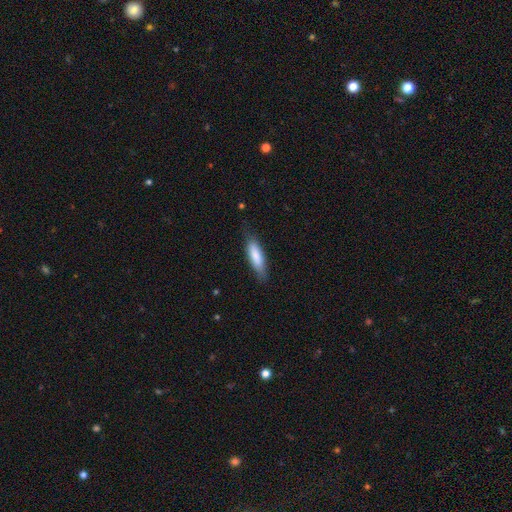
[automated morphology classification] This appears to be a smooth galaxy with no disk features (81%) that is cigar-shaped (58%). Merging: none (77%).